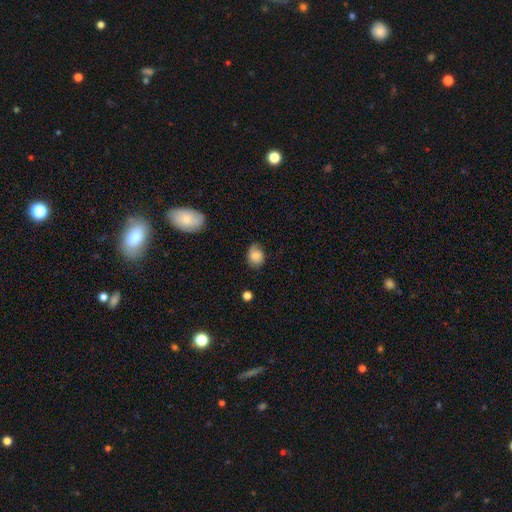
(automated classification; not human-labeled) This appears to be a smooth galaxy with no disk features (75%) that is in between round and cigar-shaped (54%). Merging: none (59%).